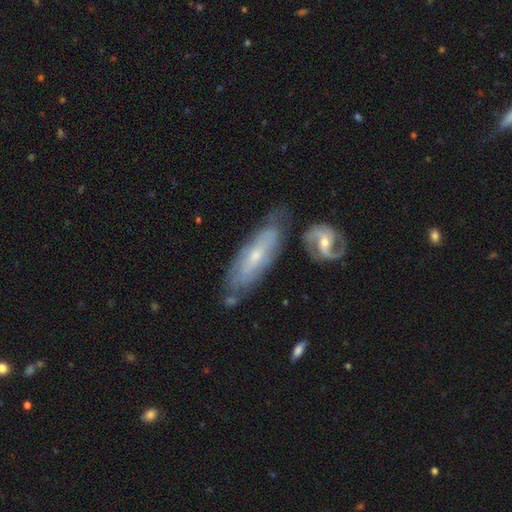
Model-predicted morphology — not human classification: The model was most divided on "smooth or featured": featured or disk: 63%, smooth: 30%, star or artifact: 7%. More confident: edge-on disk — no (76%); merging — none (58%).